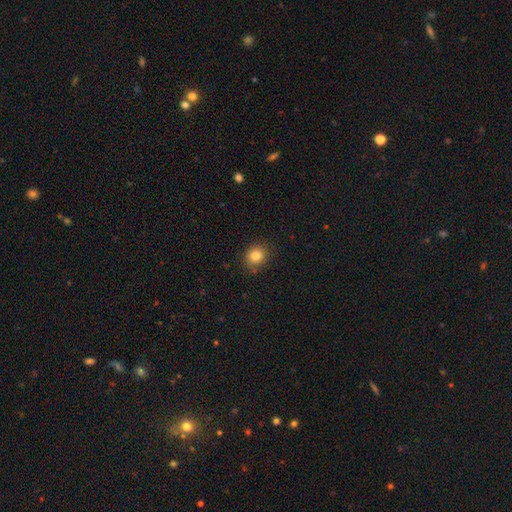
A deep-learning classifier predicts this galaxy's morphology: Q: Smooth or featured?
A: smooth (82%); runner-up: star or artifact (11%)
Q: How rounded?
A: round (72%); runner-up: in between (27%)
Q: Merging?
A: none (86%); runner-up: minor disturbance (11%)